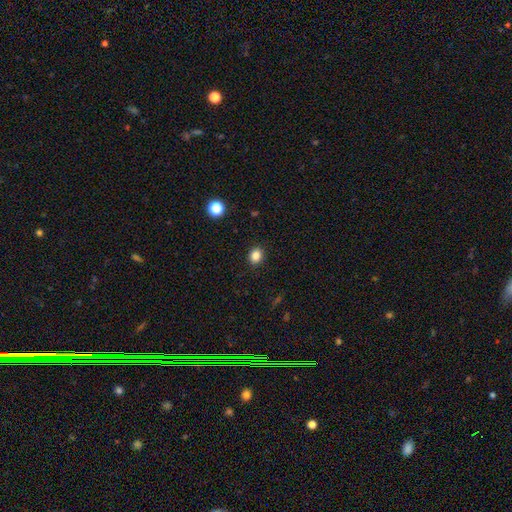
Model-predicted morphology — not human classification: This appears to be a smooth galaxy with no disk features (84%) that is round (66%). Merging: none (90%).